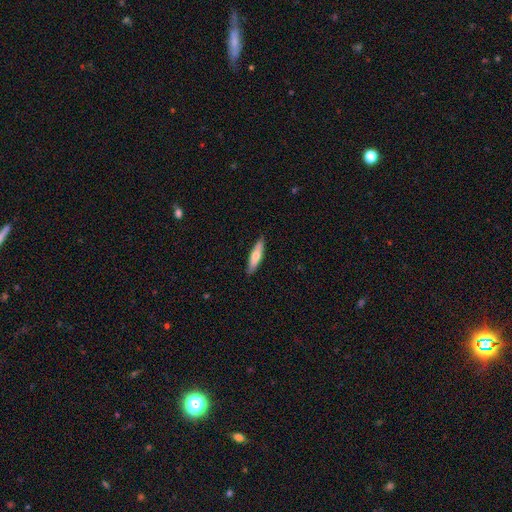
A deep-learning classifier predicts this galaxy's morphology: This is likely a smooth galaxy (63%). How rounded: likely cigar-shaped (72%). Merging: clearly none (88%).